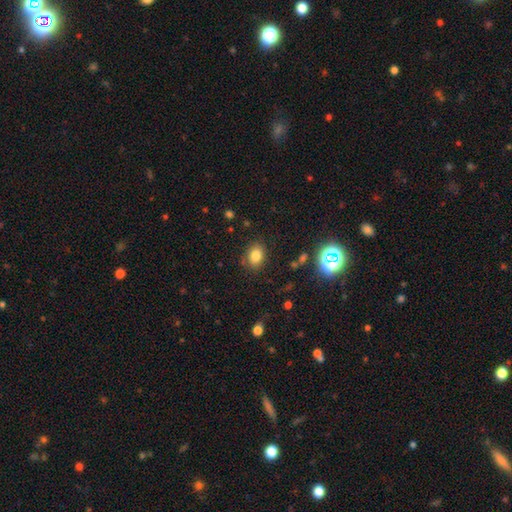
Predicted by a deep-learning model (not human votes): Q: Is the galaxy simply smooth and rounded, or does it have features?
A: smooth — 80%.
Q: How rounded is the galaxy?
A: in between — 67%.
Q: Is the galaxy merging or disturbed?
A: none — 83%.